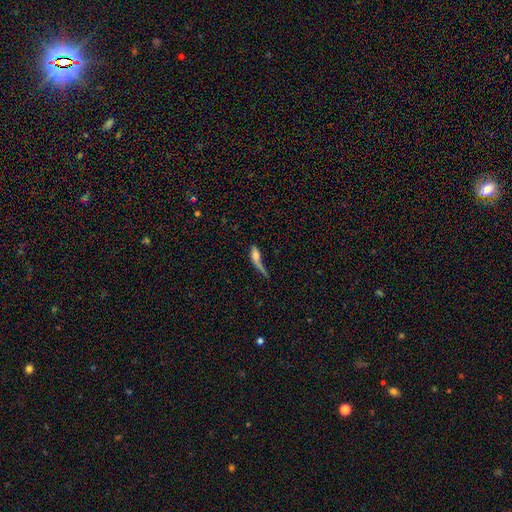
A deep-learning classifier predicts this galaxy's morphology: The model was most divided on "how rounded": cigar-shaped: 48%, in between: 46%, round: 6%. Remaining: smooth or featured — smooth (59%); merging — major disturbance (41%).